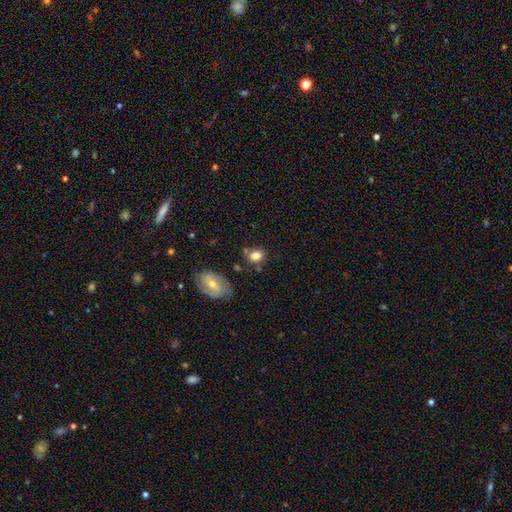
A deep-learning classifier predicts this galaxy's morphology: A smooth galaxy with no disk features (80%) that is round (53%).

Vote fractions:
- Smooth or featured? smooth: 80% / featured or disk: 11% / star or artifact: 9%
- How rounded? round: 53% / in between: 46% / cigar-shaped: 1%
- Merging? none: 70% / minor disturbance: 17% / merger: 9% / major disturbance: 4%